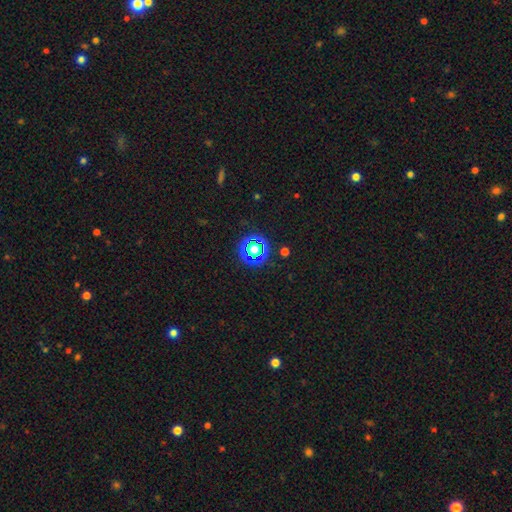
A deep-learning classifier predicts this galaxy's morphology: Q: Smooth or featured?
A: star or artifact (76%); runner-up: smooth (17%)